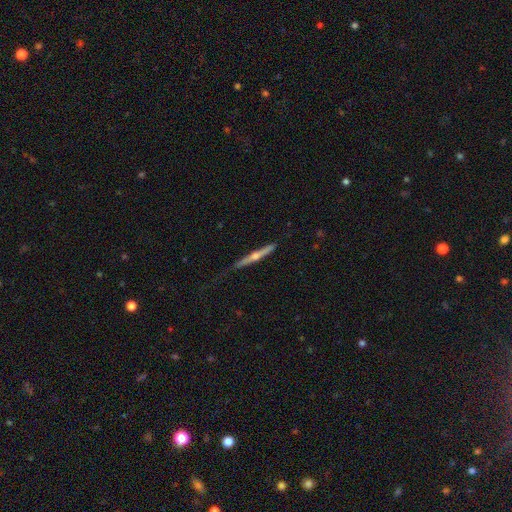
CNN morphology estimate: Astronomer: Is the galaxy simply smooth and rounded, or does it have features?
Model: featured or disk — 74%.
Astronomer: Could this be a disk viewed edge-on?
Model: yes — 98%.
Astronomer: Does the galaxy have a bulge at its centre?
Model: rounded — 86%.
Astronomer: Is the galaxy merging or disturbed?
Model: none — 77%.